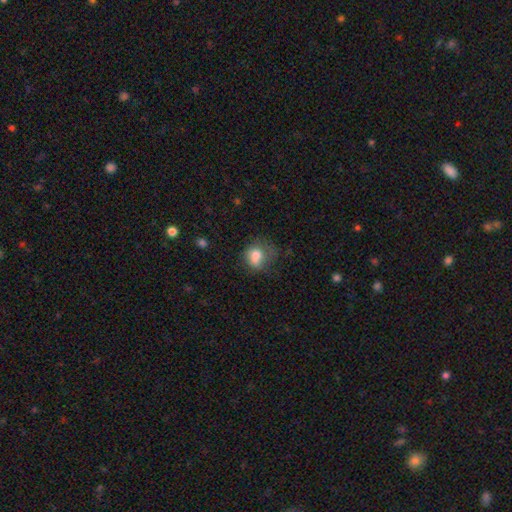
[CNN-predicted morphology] This appears to be a smooth galaxy with no disk features (75%) that is round (56%). Merging: none (39%).